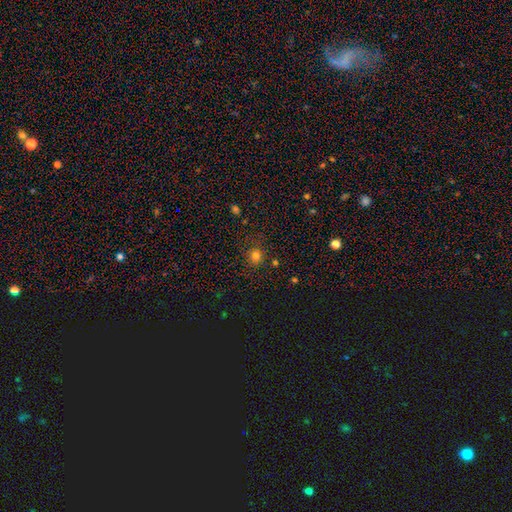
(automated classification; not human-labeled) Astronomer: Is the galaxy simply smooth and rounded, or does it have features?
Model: smooth — 77%.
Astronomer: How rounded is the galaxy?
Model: round — 89%.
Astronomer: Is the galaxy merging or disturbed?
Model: none — 83%.